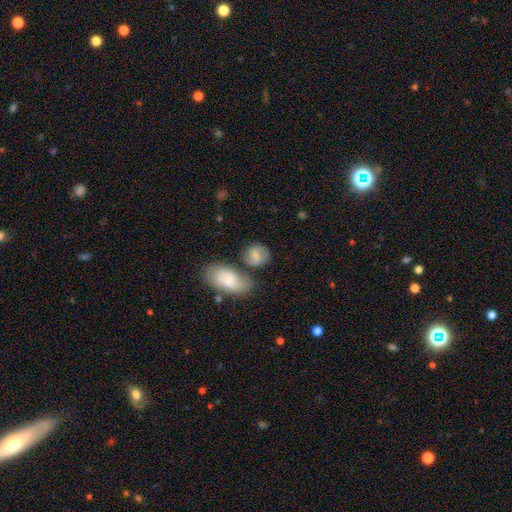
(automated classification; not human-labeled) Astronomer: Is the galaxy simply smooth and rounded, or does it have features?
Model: smooth — 69%.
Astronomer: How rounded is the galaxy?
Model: round — 56% (runner-up: in between, 42%).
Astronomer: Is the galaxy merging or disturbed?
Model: none — 57%.